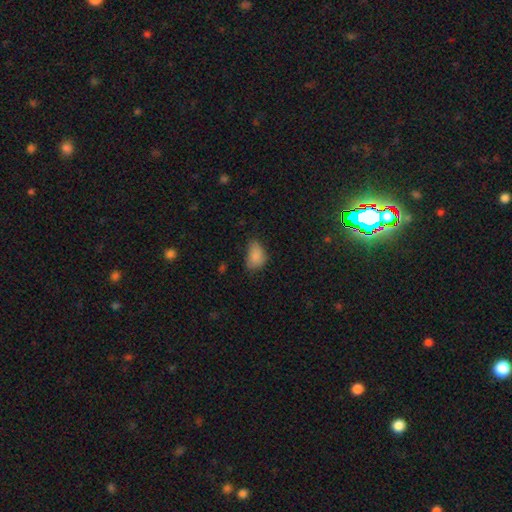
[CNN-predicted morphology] smooth_or_featured: smooth (p=0.83) [alt: star or artifact p=0.10]
how_rounded: in between (p=0.84) [alt: round p=0.14]
merging: none (p=0.46) [alt: minor disturbance p=0.39]